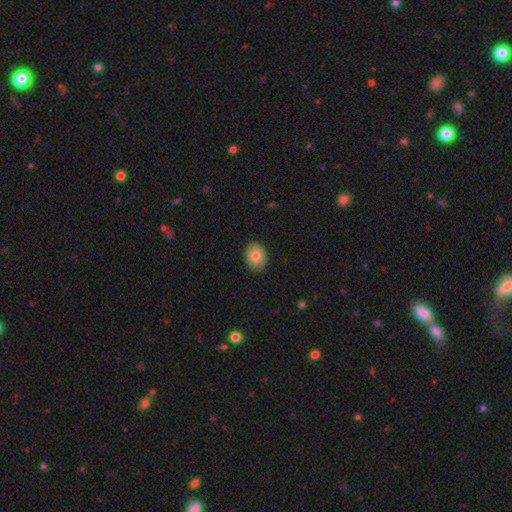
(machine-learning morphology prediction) Q: Smooth or featured?
A: smooth (80%); runner-up: featured or disk (13%)
Q: How rounded?
A: in between (56%); runner-up: round (43%)
Q: Merging?
A: none (88%); runner-up: minor disturbance (9%)